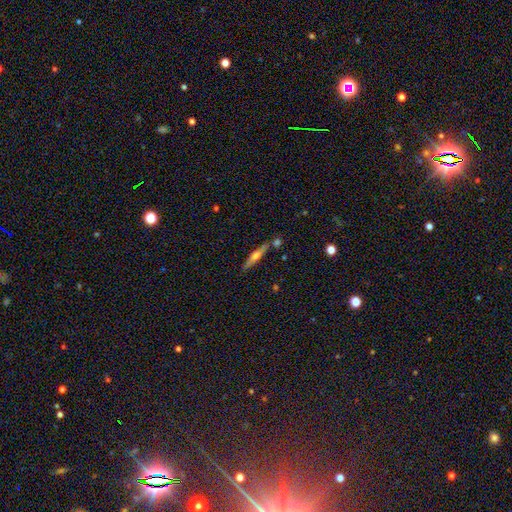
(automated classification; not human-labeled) This appears to be a featured or disk galaxy (56%) viewed edge-on (95%) with a rounded central bulge (86%). Merging: none (77%).